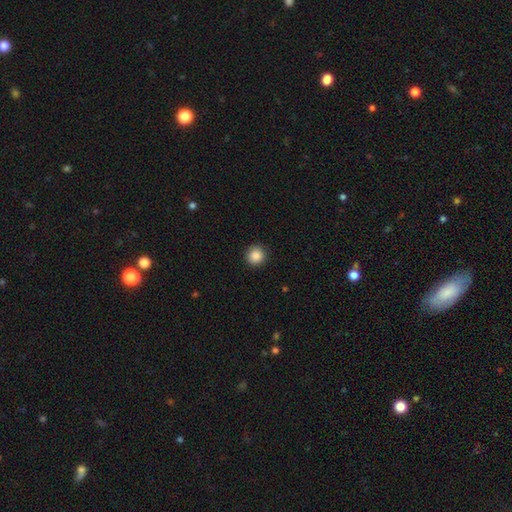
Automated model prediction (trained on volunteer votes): smooth_or_featured: smooth (p=0.87) [alt: star or artifact p=0.09]
how_rounded: round (p=0.93) [alt: in between p=0.06]
merging: none (p=0.92) [alt: minor disturbance p=0.06]